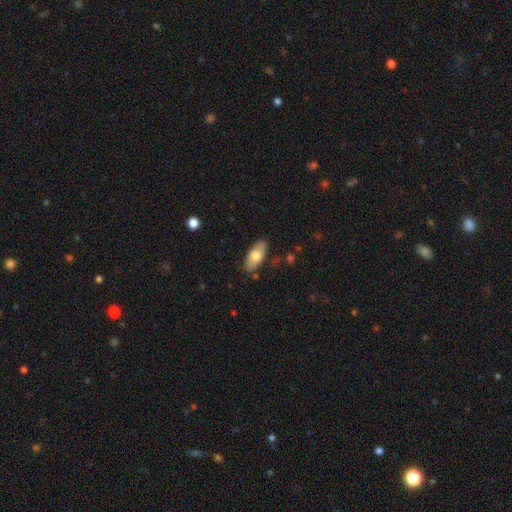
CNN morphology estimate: smooth 72%, featured or disk 22%, star or artifact 6%. Down the decision tree: how rounded — in between (87%); merging — none (86%).